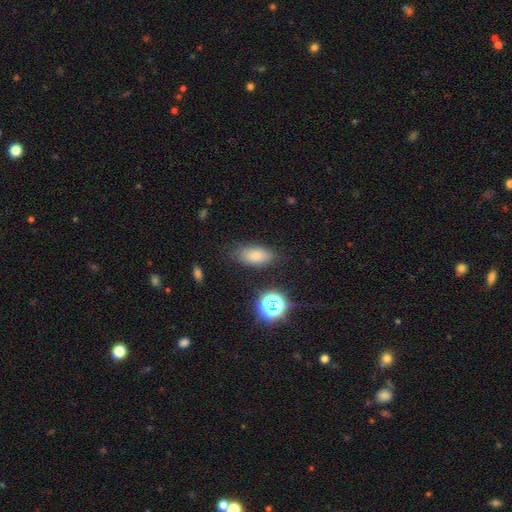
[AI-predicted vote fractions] Morphology: type=smooth (77%); roundness=in between (89%); merging=none (77%).